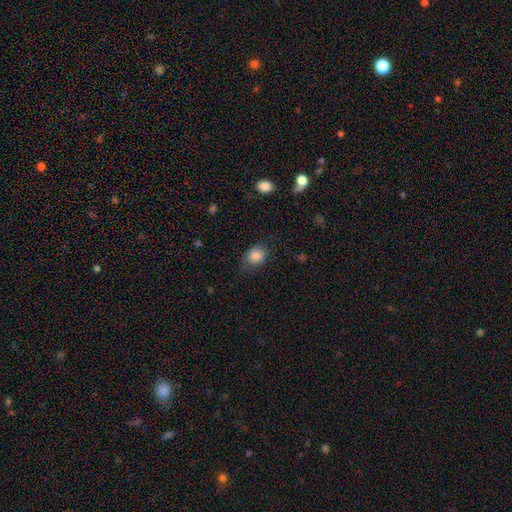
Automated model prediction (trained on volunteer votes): smooth_or_featured: smooth (p=0.85) [alt: star or artifact p=0.09]
how_rounded: round (p=0.54) [alt: in between p=0.45]
merging: none (p=0.65) [alt: minor disturbance p=0.25]